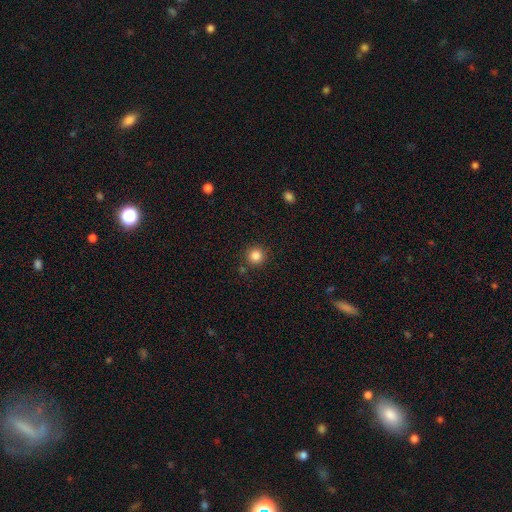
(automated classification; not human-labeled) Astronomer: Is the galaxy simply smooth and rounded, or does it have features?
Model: smooth — 84%.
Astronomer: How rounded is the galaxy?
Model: round — 95%.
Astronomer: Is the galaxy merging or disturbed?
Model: none — 88%.